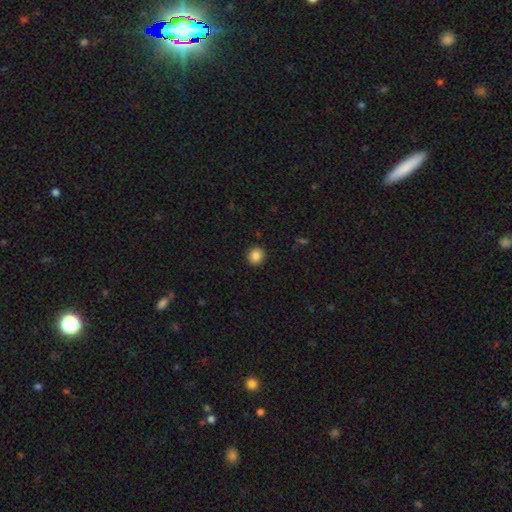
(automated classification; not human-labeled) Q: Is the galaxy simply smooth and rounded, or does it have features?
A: smooth — 86%.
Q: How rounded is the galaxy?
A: round — 89%.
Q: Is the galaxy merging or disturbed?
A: none — 92%.